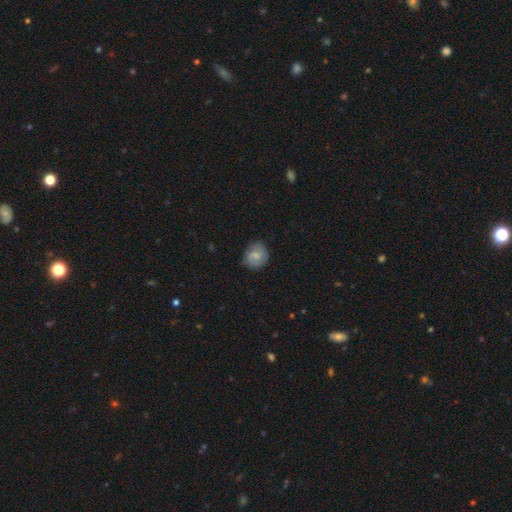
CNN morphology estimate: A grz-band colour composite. It shows a smooth galaxy with no disk features (70%) that is round (70%). Merging: none (70%).